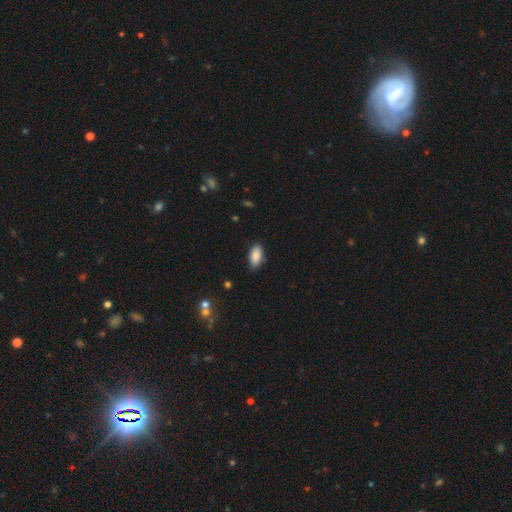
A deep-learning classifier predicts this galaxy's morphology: smooth-or-featured: smooth: 89% | star or artifact: 7% | featured or disk: 5%
  how-rounded: in between: 91% | cigar-shaped: 6% | round: 2%
  merging: none: 85% | minor disturbance: 12% | major disturbance: 2% | merger: 1%